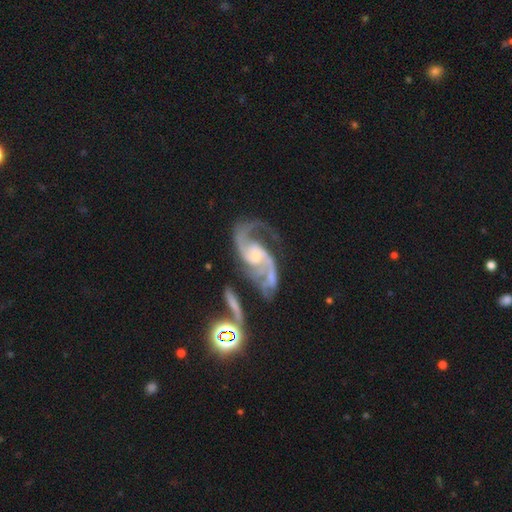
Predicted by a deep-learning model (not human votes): A featured or disk galaxy (90%) with no bar (51%), 2 (87%) medium (51%) spiral arms (98%) and a small central bulge (58%). Merging: none (50%).